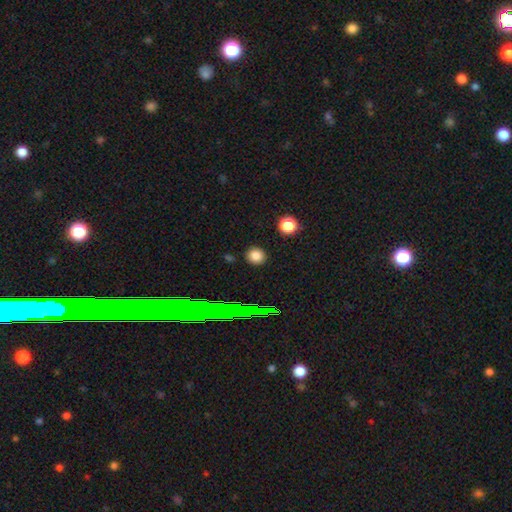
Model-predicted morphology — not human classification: type=smooth (81%); roundness=round (90%); merging=none (90%).